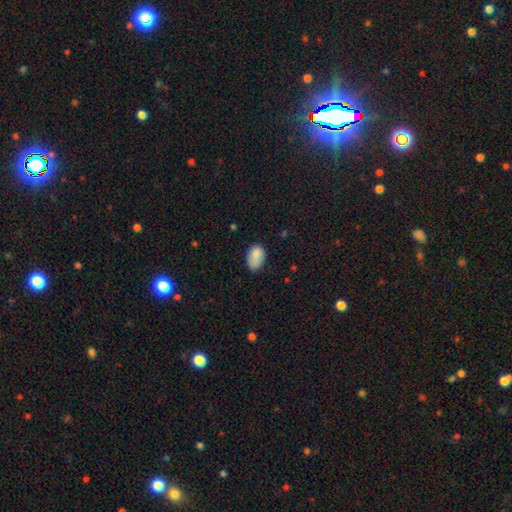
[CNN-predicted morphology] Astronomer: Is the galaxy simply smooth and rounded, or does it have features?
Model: smooth — 83%.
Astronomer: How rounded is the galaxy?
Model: in between — 88%.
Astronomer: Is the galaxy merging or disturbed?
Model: none — 61%.